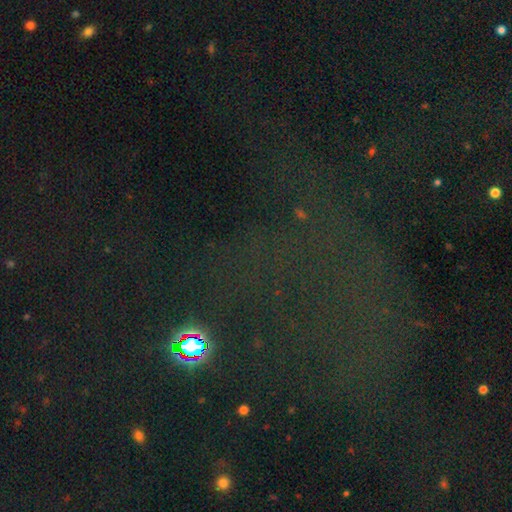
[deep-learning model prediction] Q: Smooth or featured?
A: star or artifact (74%); runner-up: smooth (14%)